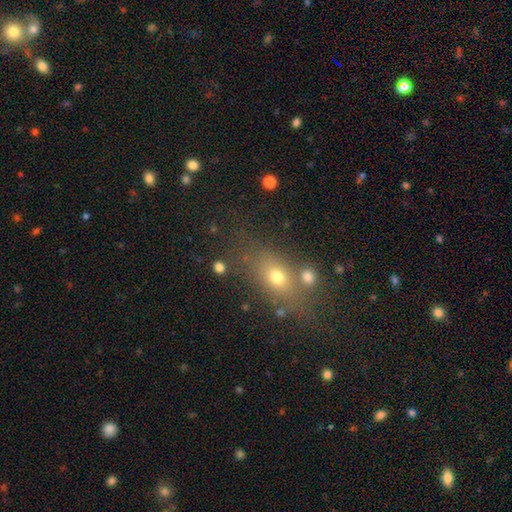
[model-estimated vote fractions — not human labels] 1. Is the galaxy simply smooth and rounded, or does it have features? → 54% smooth, 29% star or artifact, 17% featured or disk.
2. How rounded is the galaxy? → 54% in between, 34% round, 12% cigar-shaped.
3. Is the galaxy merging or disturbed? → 70% none, 13% merger, 12% minor disturbance, 5% major disturbance.